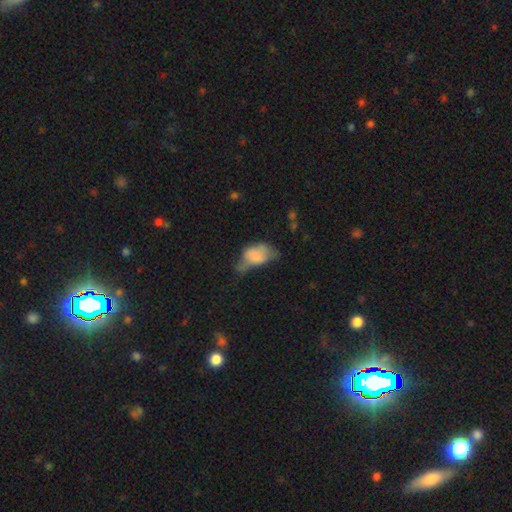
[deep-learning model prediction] Smooth or featured?
  - smooth: 69% *
  - featured or disk: 21%
  - star or artifact: 10%
How rounded?
  - in between: 89% *
  - round: 8%
  - cigar-shaped: 3%
Merging?
  - major disturbance: 39% *
  - minor disturbance: 32%
  - none: 19%
  - merger: 10%